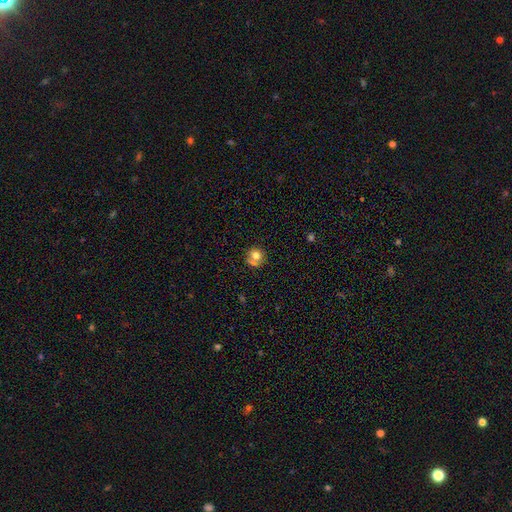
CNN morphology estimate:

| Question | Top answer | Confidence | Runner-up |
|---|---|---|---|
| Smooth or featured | smooth | 72% | featured or disk (16%) |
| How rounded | round | 88% | in between (12%) |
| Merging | none | 57% | merger (24%) |